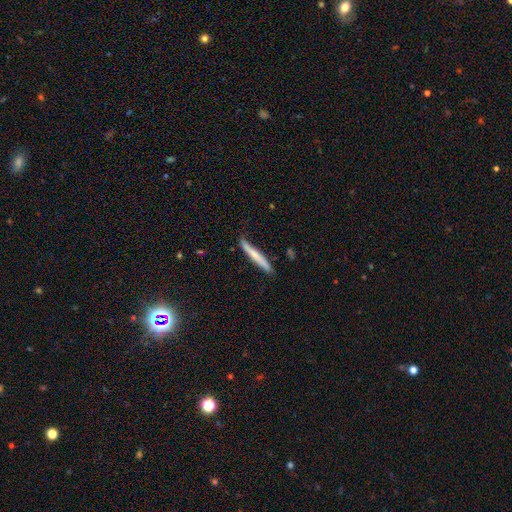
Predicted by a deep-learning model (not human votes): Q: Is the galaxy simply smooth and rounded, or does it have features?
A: smooth — 65%.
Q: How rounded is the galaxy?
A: cigar-shaped — 96%.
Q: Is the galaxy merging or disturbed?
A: none — 77%.